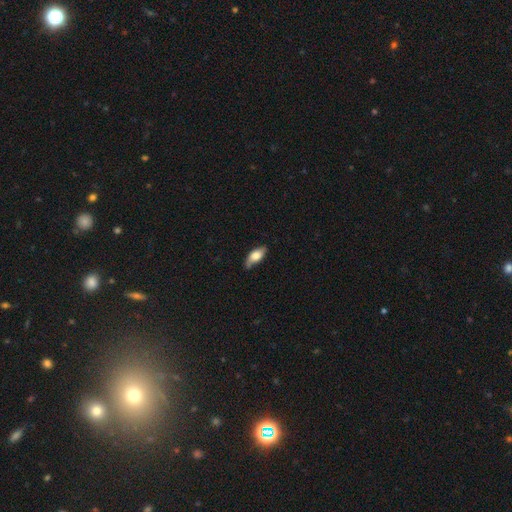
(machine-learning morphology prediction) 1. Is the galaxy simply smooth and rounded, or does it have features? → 67% smooth, 27% featured or disk, 6% star or artifact.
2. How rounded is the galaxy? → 82% in between, 14% cigar-shaped, 3% round.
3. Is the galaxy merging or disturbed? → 70% none, 24% minor disturbance, 4% major disturbance, 2% merger.